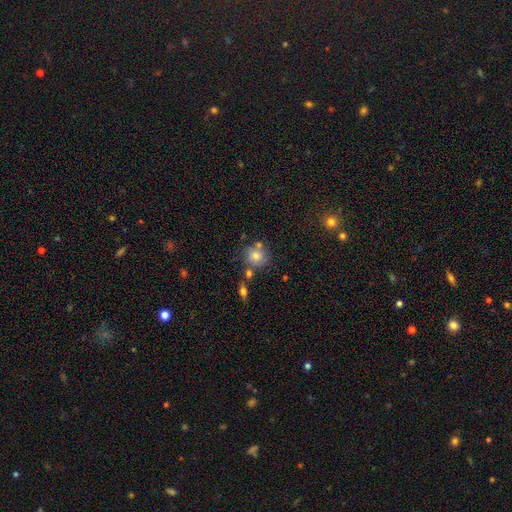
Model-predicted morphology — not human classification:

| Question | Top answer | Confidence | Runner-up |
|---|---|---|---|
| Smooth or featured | smooth | 73% | featured or disk (15%) |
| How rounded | round | 84% | in between (14%) |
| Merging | none | 65% | merger (17%) |